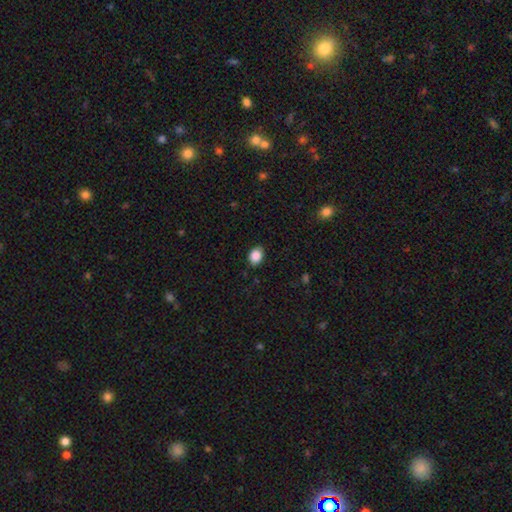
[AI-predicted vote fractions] Smooth or featured: smooth — 88% (star or artifact — 8%)
How rounded: in between — 67% (round — 32%)
Merging: none — 85% (minor disturbance — 11%)